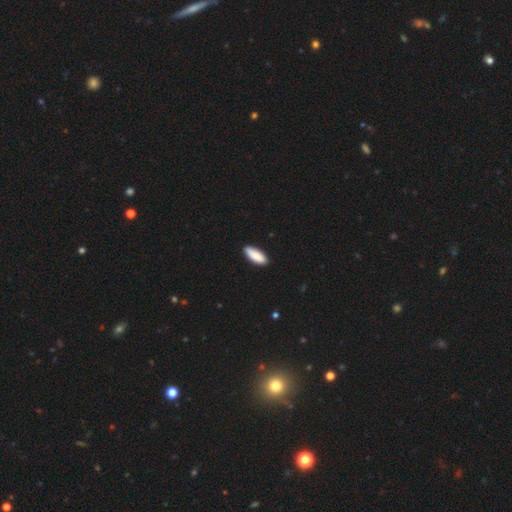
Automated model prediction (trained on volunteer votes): Overall: smooth (88%). How rounded: in between (70%). Merging: none (88%).